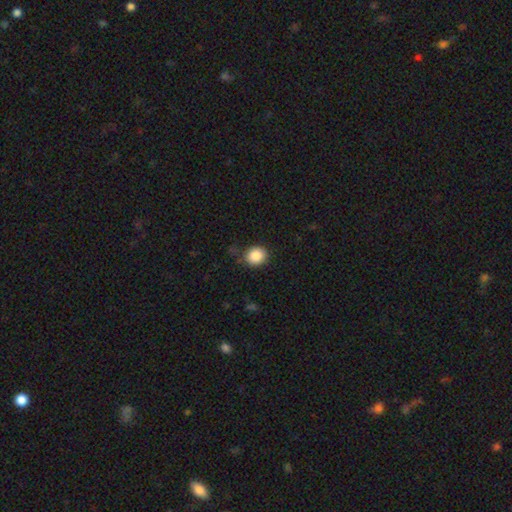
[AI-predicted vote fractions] This appears to be a smooth galaxy with no disk features (87%) that is round (78%). Merging: none (80%).